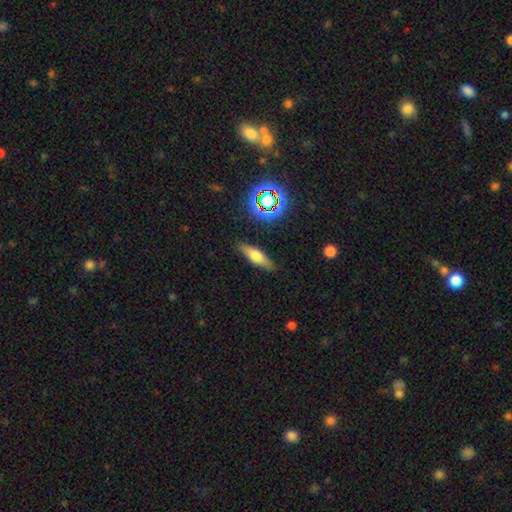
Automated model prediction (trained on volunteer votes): Smooth or featured? smooth (56%)
How rounded? cigar-shaped (53%)
Merging? none (86%)